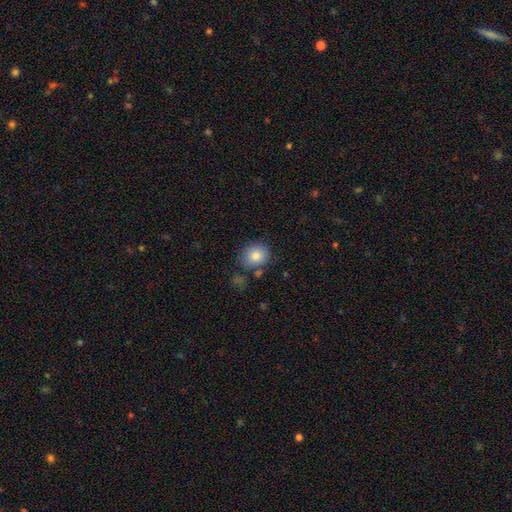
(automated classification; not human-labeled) smooth_or_featured: smooth (p=0.84) [alt: star or artifact p=0.09]
how_rounded: round (p=0.70) [alt: in between p=0.29]
merging: none (p=0.76) [alt: minor disturbance p=0.13]